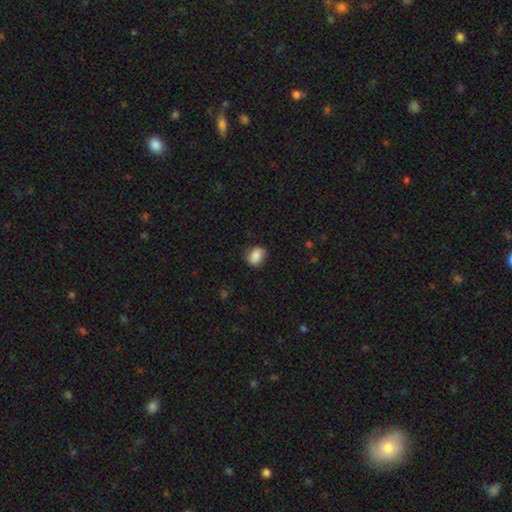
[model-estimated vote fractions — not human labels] This is clearly a smooth galaxy (83%). How rounded: possibly in between (55%). Merging: likely none (78%).